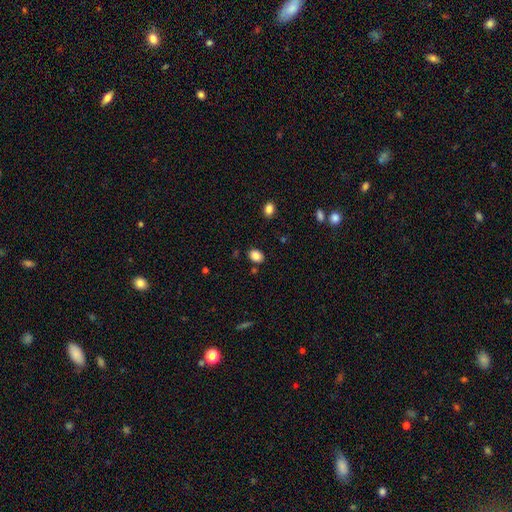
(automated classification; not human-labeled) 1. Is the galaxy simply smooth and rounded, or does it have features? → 86% smooth, 10% star or artifact, 5% featured or disk.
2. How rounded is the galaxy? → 65% in between, 34% round, 1% cigar-shaped.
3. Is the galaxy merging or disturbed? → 84% none, 10% minor disturbance, 4% merger, 3% major disturbance.